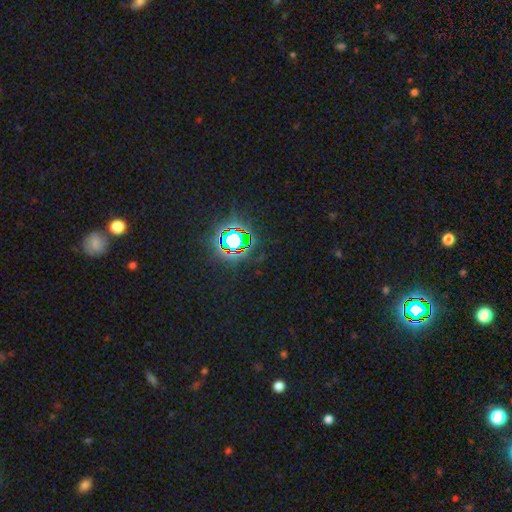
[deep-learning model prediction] Morphology: type=star or artifact (81%).